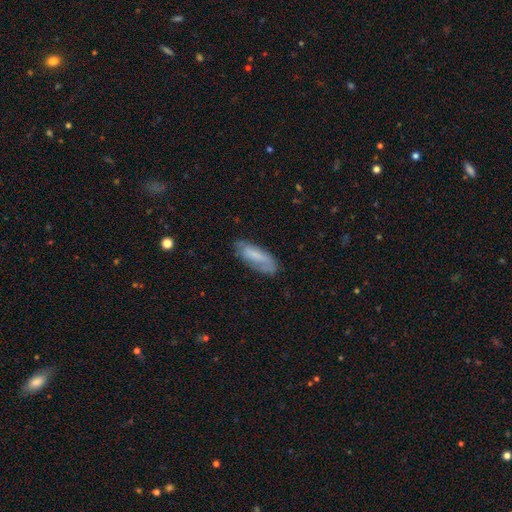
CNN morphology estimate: Smooth or featured? Predicted: smooth (p=0.61). How rounded? Predicted: in between (p=0.62). Merging? Predicted: none (p=0.64).